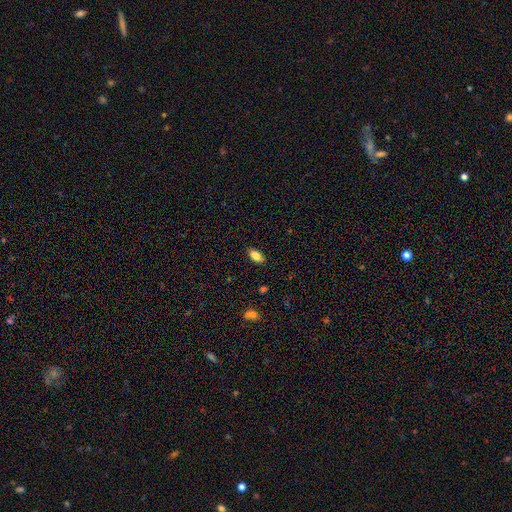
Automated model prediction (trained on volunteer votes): A smooth galaxy with no disk features (84%) that is in between round and cigar-shaped (90%). Merging: none (87%).